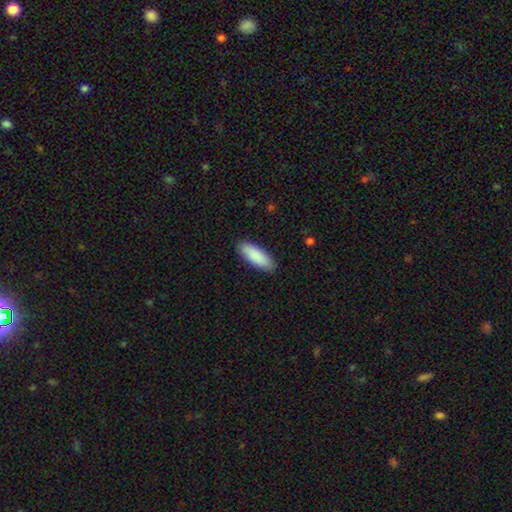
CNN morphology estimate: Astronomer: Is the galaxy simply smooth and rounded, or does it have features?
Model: smooth — 89%.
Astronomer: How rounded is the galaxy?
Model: in between — 65%.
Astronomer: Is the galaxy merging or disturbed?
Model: none — 89%.